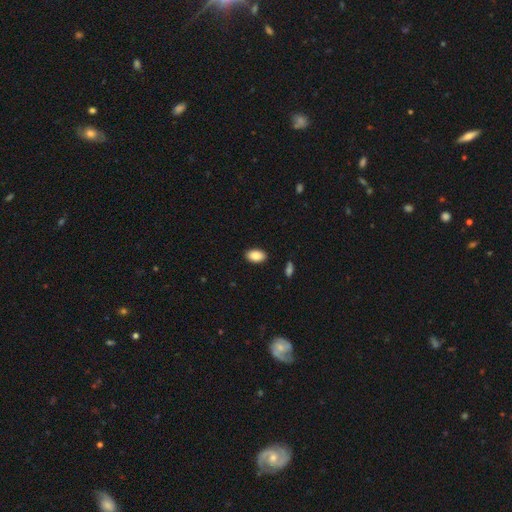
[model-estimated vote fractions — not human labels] smooth 88%, star or artifact 7%, featured or disk 5%. Down the decision tree: how rounded — in between (92%); merging — none (89%).